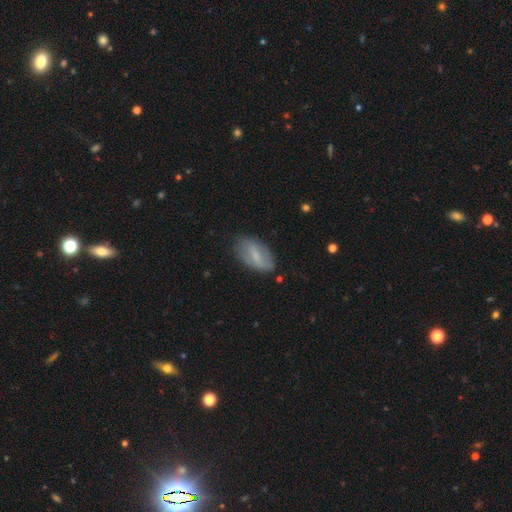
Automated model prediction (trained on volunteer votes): A smooth galaxy with no disk features (53%) that is in between round and cigar-shaped (89%).

Vote fractions:
- Smooth or featured? smooth: 53% / featured or disk: 40% / star or artifact: 7%
- How rounded? in between: 89% / cigar-shaped: 7% / round: 3%
- Merging? none: 74% / minor disturbance: 19% / major disturbance: 5% / merger: 2%